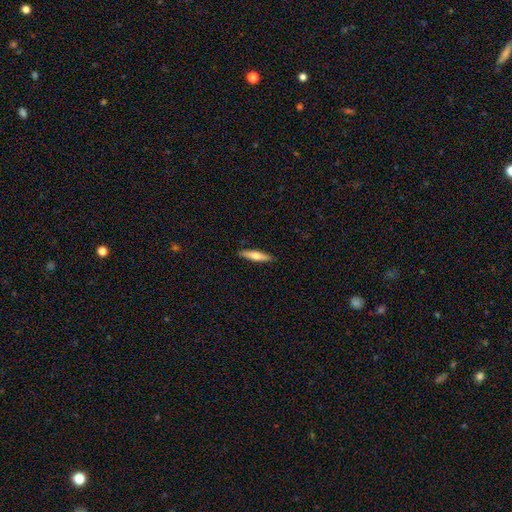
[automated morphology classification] smooth 63%, featured or disk 31%, star or artifact 6%. Down the decision tree: how rounded — cigar-shaped (83%); merging — none (90%).